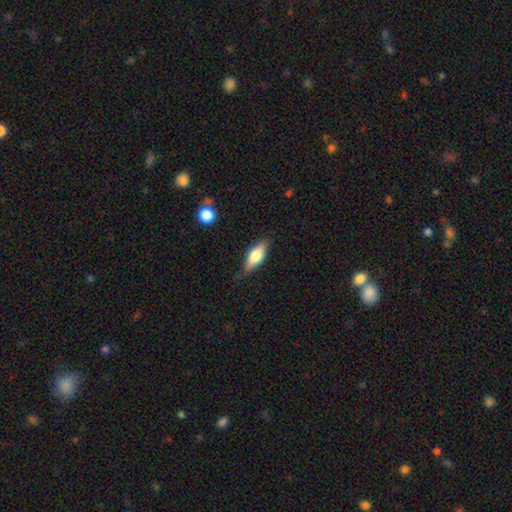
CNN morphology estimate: This is likely a smooth galaxy (61%). How rounded: likely in between (72%). Merging: likely none (75%).